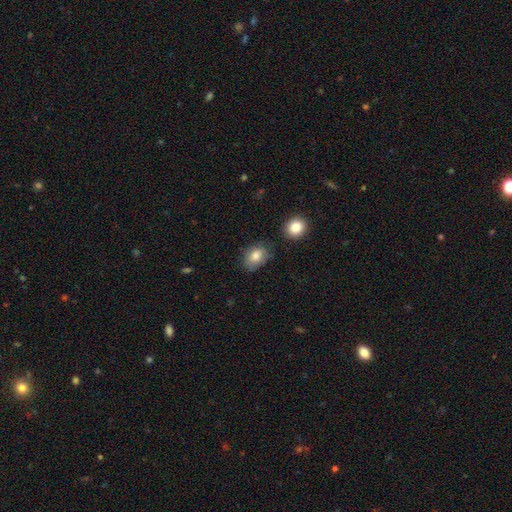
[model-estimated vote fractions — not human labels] The model was most divided on "how rounded": in between: 69%, round: 30%, cigar-shaped: 1%. More confident: smooth or featured — smooth (81%); merging — none (69%).